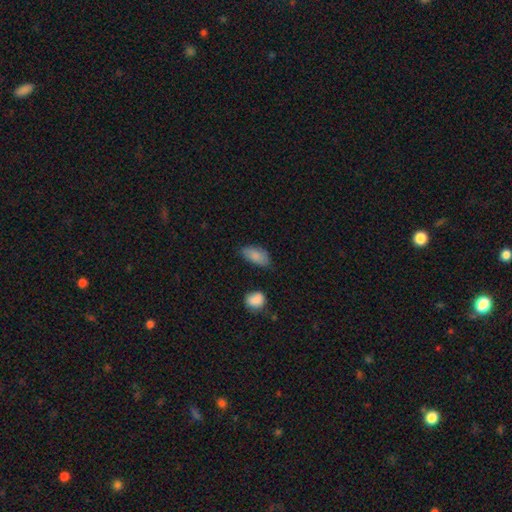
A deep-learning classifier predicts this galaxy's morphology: A smooth galaxy with no disk features (85%) that is in between round and cigar-shaped (93%).

Vote fractions:
- Smooth or featured? smooth: 85% / featured or disk: 8% / star or artifact: 7%
- How rounded? in between: 93% / cigar-shaped: 4% / round: 4%
- Merging? none: 70% / minor disturbance: 22% / major disturbance: 4% / merger: 3%